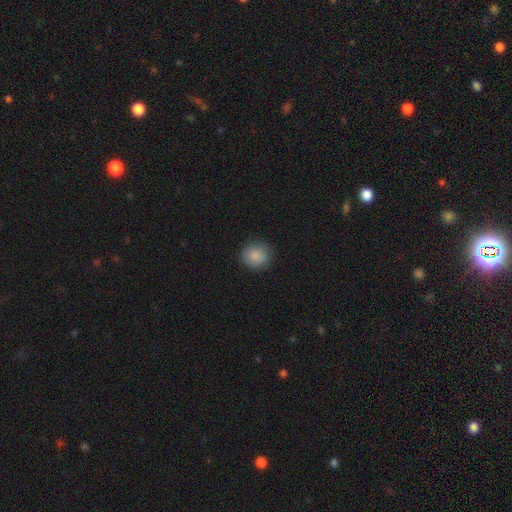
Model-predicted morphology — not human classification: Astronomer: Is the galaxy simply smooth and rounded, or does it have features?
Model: smooth — 87%.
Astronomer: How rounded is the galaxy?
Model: round — 88%.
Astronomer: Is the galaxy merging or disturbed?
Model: none — 87%.